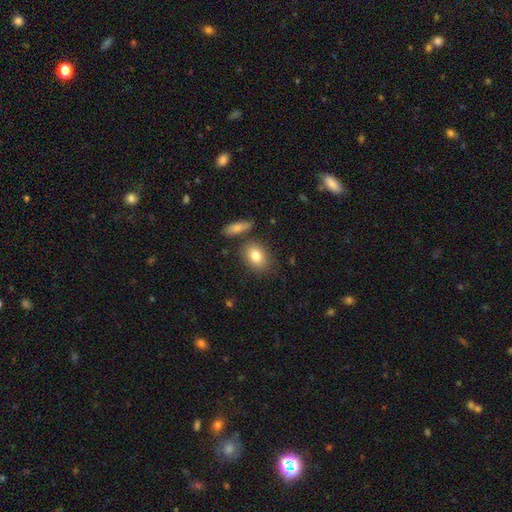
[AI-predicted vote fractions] Morphology: type=smooth (82%); roundness=in between (72%); merging=none (76%).